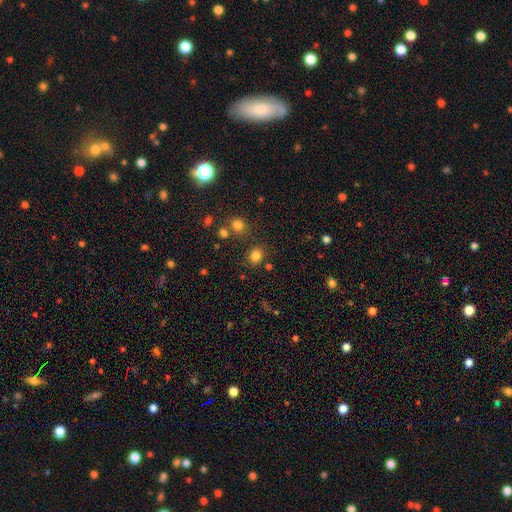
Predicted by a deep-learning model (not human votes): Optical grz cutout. It shows a smooth galaxy with no disk features (81%) that is round (68%). Merging: none (80%).